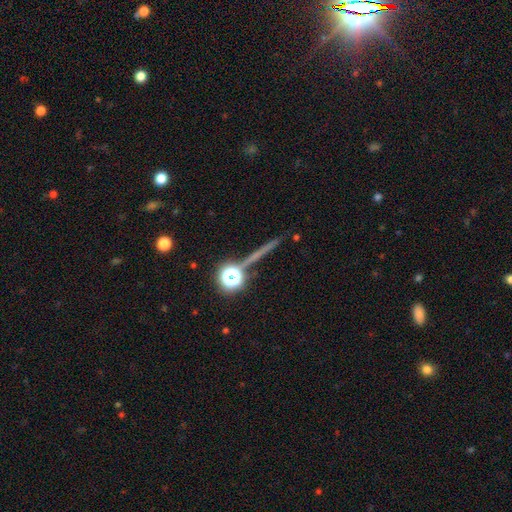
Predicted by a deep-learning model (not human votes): Smooth or featured? Predicted: star or artifact (p=0.45).